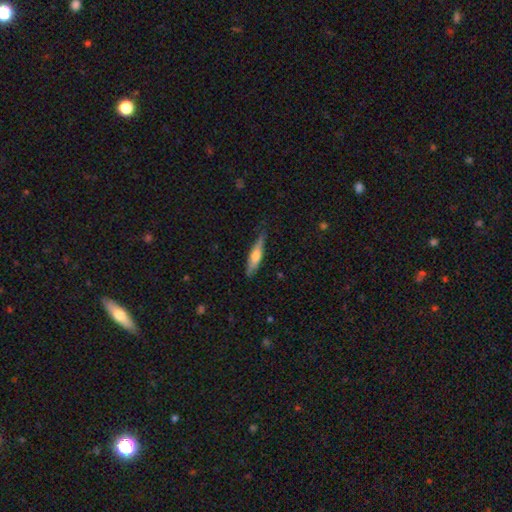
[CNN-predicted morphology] Smooth or featured?
  - smooth: 54% *
  - featured or disk: 40%
  - star or artifact: 6%
How rounded?
  - cigar-shaped: 78% *
  - in between: 20%
  - round: 2%
Merging?
  - none: 77% *
  - minor disturbance: 18%
  - major disturbance: 3%
  - merger: 1%